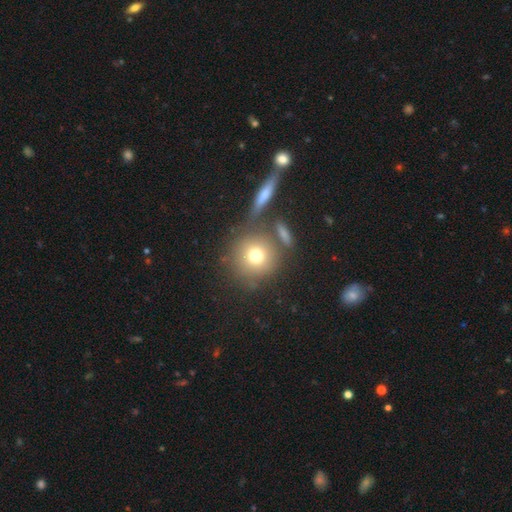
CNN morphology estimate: A smooth galaxy with no disk features (73%) that is round (91%). Merging: none (69%).